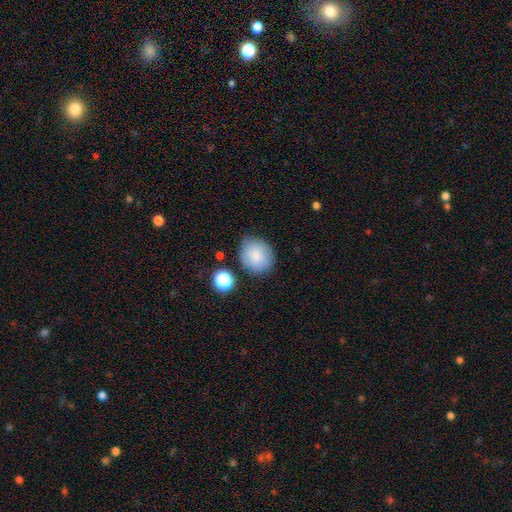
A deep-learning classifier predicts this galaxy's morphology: smooth-or-featured: smooth: 84% | star or artifact: 9% | featured or disk: 7%
  how-rounded: round: 68% | in between: 31% | cigar-shaped: 1%
  merging: none: 77% | minor disturbance: 15% | merger: 4% | major disturbance: 4%